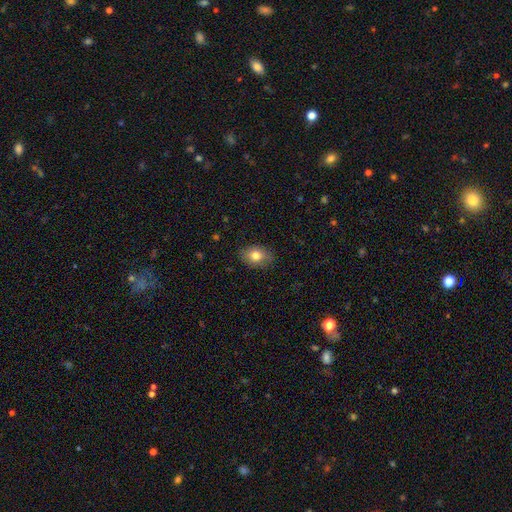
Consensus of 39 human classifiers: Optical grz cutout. It shows a smooth galaxy with no disk features (74%) that is in between round and cigar-shaped (79%). Merging: none (83%).